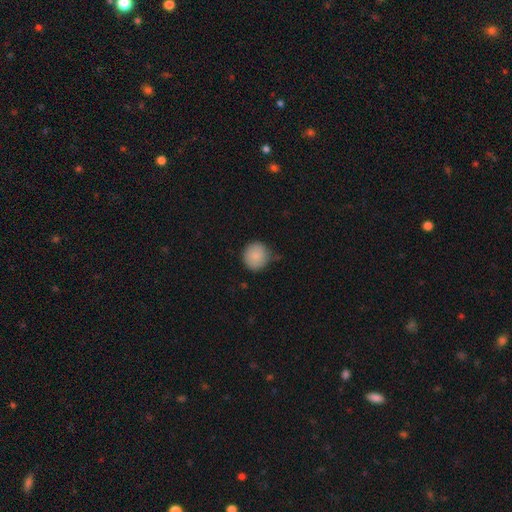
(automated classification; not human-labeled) A smooth galaxy with no disk features (86%) that is round (90%). Merging: none (64%).